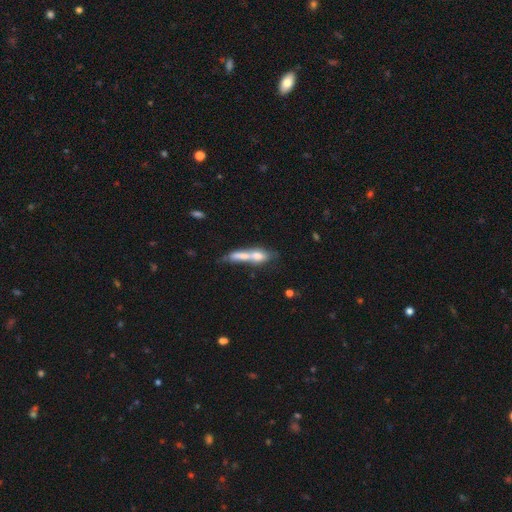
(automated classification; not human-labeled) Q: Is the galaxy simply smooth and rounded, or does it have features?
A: smooth — 55%.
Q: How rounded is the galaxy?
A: cigar-shaped — 69%.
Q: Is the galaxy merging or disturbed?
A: merger — 52%.